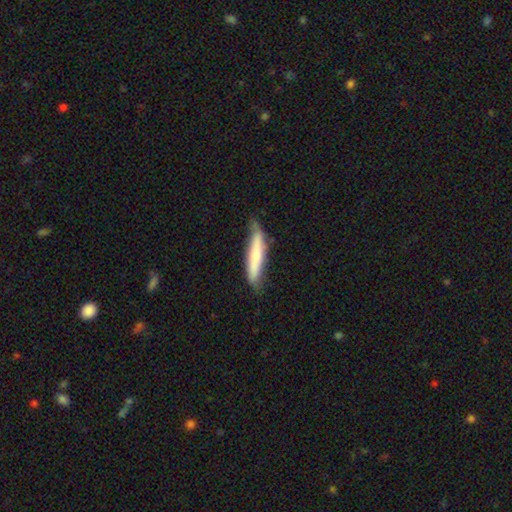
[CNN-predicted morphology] A smooth galaxy with no disk features (65%) that is cigar-shaped (87%). Merging: none (66%).